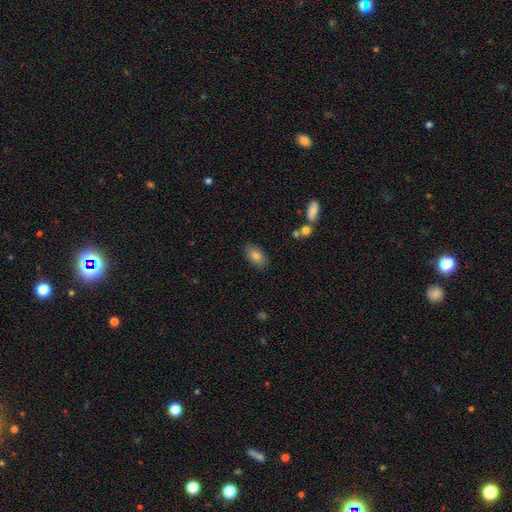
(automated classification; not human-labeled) A smooth galaxy with no disk features (80%) that is in between round and cigar-shaped (91%). Merging: none (84%).